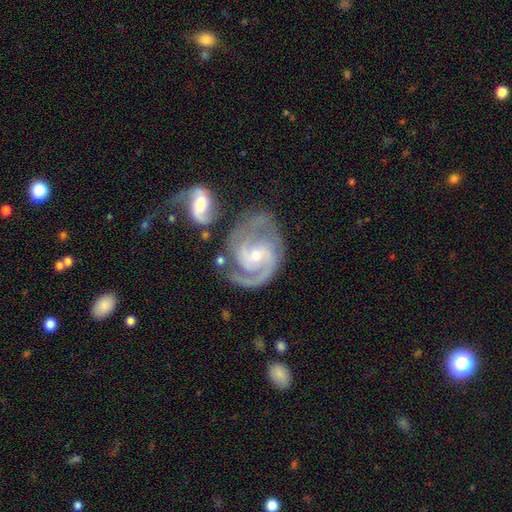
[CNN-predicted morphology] A featured or disk galaxy (92%) with no bar (49%), 2 (73%) tight (46%) spiral arms (98%) and a small central bulge (55%). Merging: none (54%).